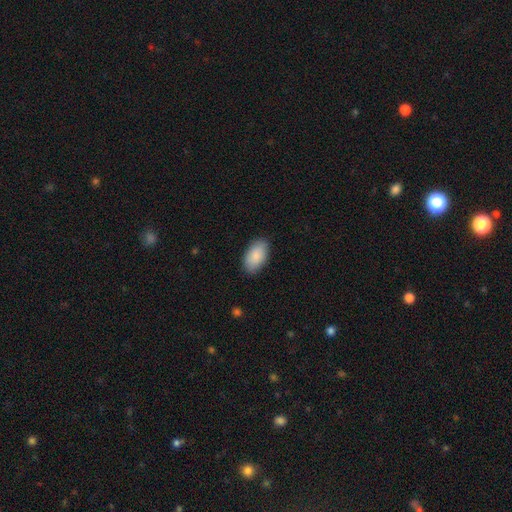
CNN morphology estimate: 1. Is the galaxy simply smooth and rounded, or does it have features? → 87% smooth, 7% featured or disk, 6% star or artifact.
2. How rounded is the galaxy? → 94% in between, 4% round, 2% cigar-shaped.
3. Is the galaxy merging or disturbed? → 85% none, 12% minor disturbance, 3% major disturbance, 1% merger.